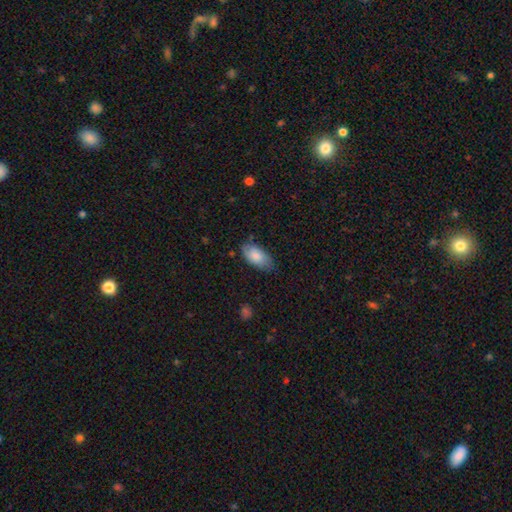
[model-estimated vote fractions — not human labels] This is clearly a smooth galaxy (83%). How rounded: clearly in between (94%). Merging: likely none (73%).